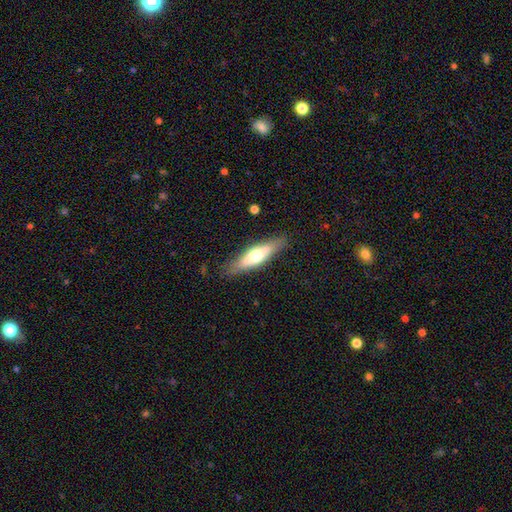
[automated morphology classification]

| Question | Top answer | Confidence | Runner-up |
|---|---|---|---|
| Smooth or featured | smooth | 51% | featured or disk (43%) |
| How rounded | cigar-shaped | 62% | in between (36%) |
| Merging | none | 82% | minor disturbance (13%) |